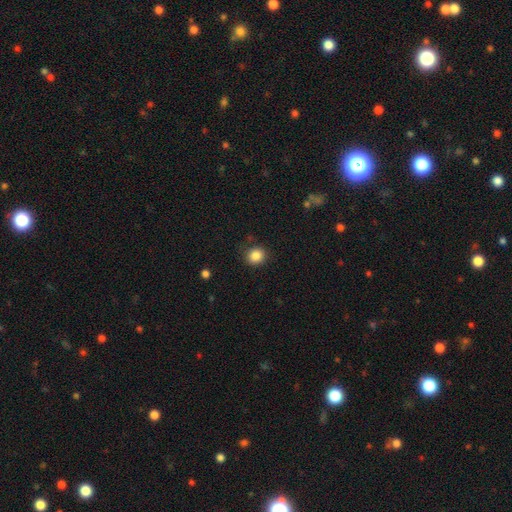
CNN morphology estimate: The model was most divided on "how rounded": round: 85%, in between: 14%, cigar-shaped: 1%. More confident: smooth or featured — smooth (85%); merging — none (85%).